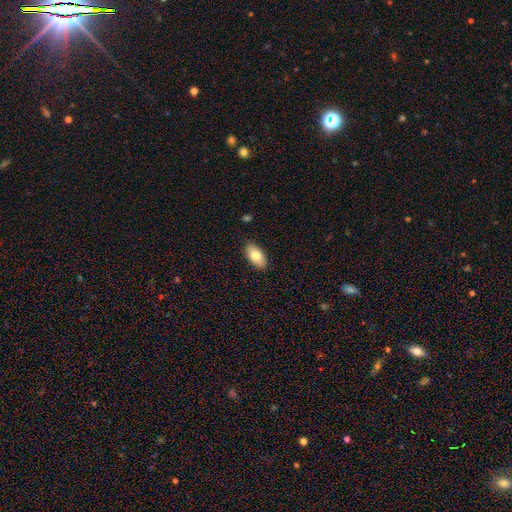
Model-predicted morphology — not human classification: This appears to be a smooth galaxy with no disk features (78%) that is in between round and cigar-shaped (93%). Merging: none (88%).